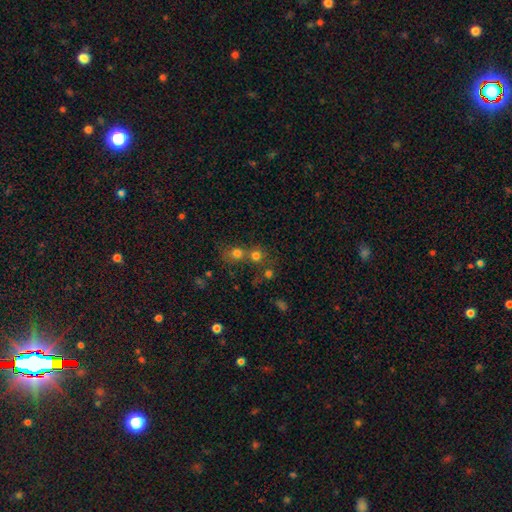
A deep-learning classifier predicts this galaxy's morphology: A smooth galaxy with no disk features (72%) that is round (87%).

Vote fractions:
- Smooth or featured? smooth: 72% / star or artifact: 18% / featured or disk: 10%
- How rounded? round: 87% / in between: 12% / cigar-shaped: 1%
- Merging? none: 47% / merger: 44% / minor disturbance: 6% / major disturbance: 3%